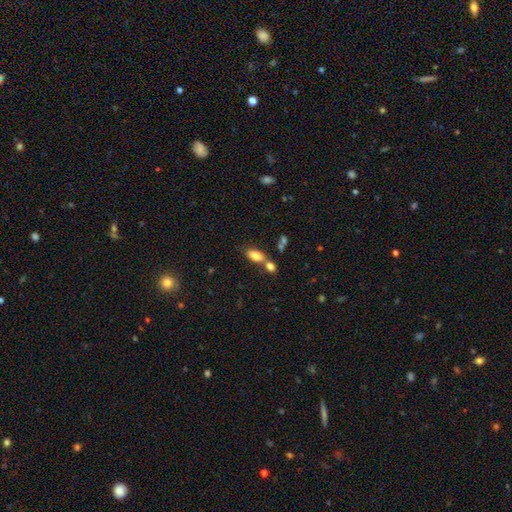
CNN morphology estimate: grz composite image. It shows a smooth galaxy with no disk features (82%) that is in between round and cigar-shaped (88%). Merging: none (49%).